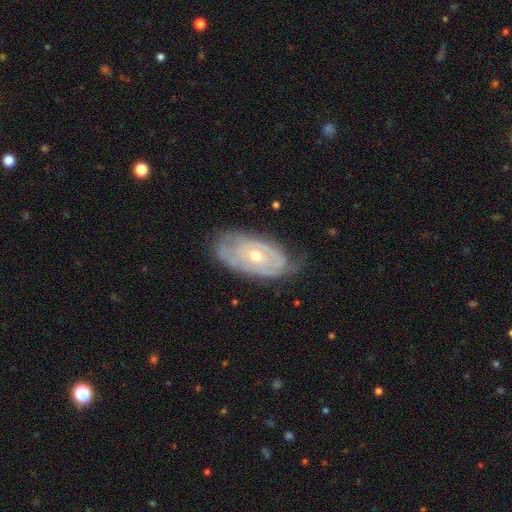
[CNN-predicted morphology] Smooth or featured? featured or disk (78%)
Edge-on disk? no (93%)
Bar? no (79%)
Spiral arms? yes (79%)
Spiral winding? tight (72%)
Spiral arm count? can't tell (50%)
Bulge size? moderate (51%)
Merging? none (62%)